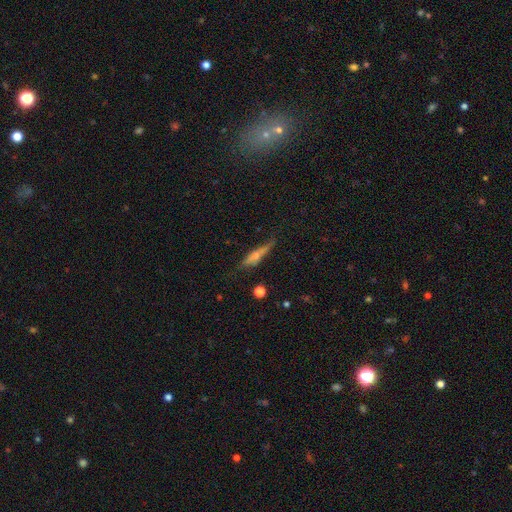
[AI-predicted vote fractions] Smooth or featured? Predicted: smooth (p=0.45, tied with featured or disk). Merging? Predicted: none (p=0.61).